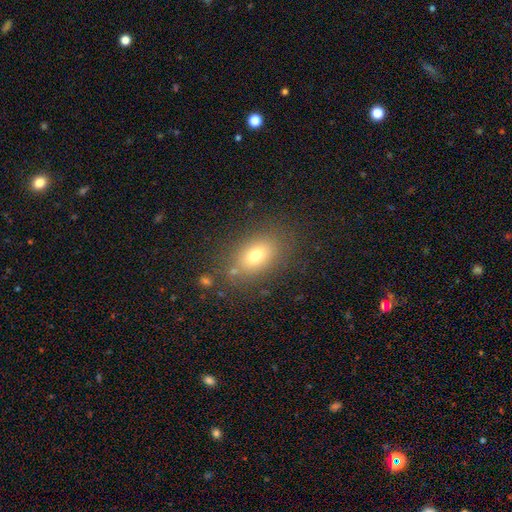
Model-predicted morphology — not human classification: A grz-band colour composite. It shows a smooth galaxy with no disk features (72%) that is in between round and cigar-shaped (78%). Merging: none (79%).